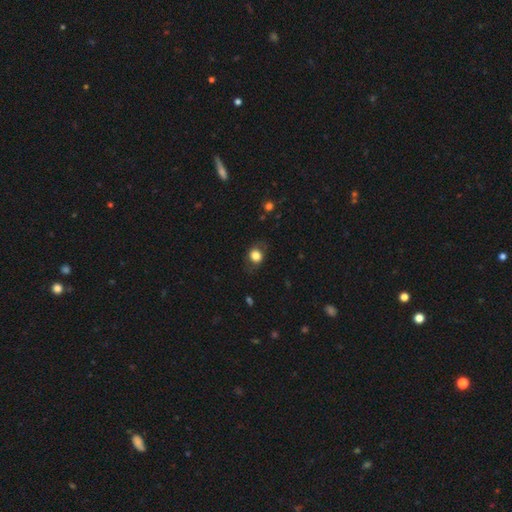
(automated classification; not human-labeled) This is likely a smooth galaxy (78%). How rounded: likely round (61%). Merging: likely none (74%).